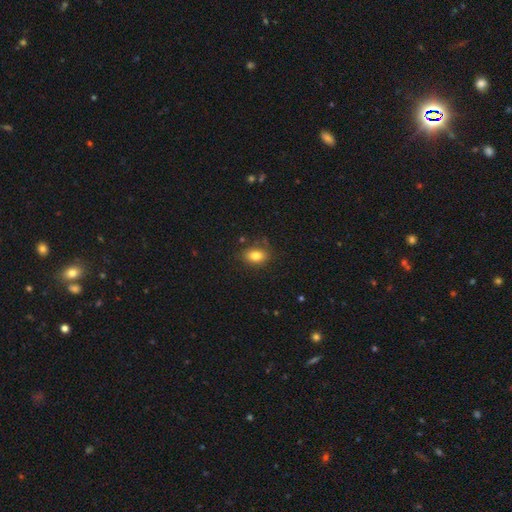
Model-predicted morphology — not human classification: smooth-or-featured: smooth: 83% | star or artifact: 10% | featured or disk: 8%
  how-rounded: in between: 79% | round: 19% | cigar-shaped: 2%
  merging: none: 80% | minor disturbance: 14% | major disturbance: 4% | merger: 2%